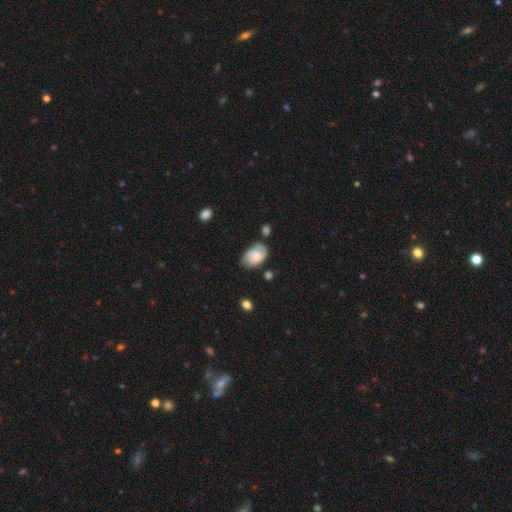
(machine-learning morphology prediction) Overall: smooth (48%; featured or disk 44%). Merging: none (56%; minor disturbance 29%).